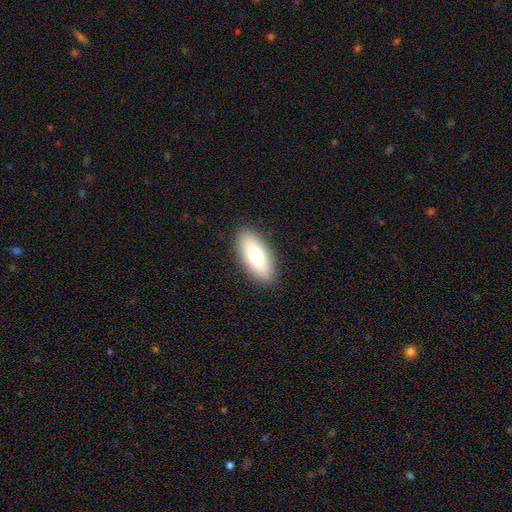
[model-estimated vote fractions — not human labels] Smooth or featured: smooth — 73% (featured or disk — 20%)
How rounded: in between — 81% (cigar-shaped — 16%)
Merging: none — 90% (minor disturbance — 7%)